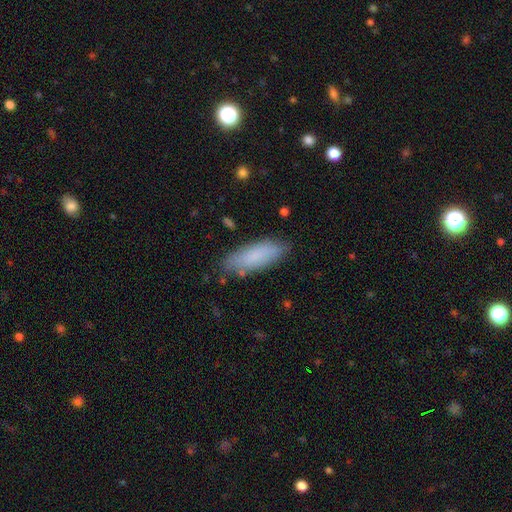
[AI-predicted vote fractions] This is clearly a smooth galaxy (83%). How rounded: likely in between (68%). Merging: likely none (79%).